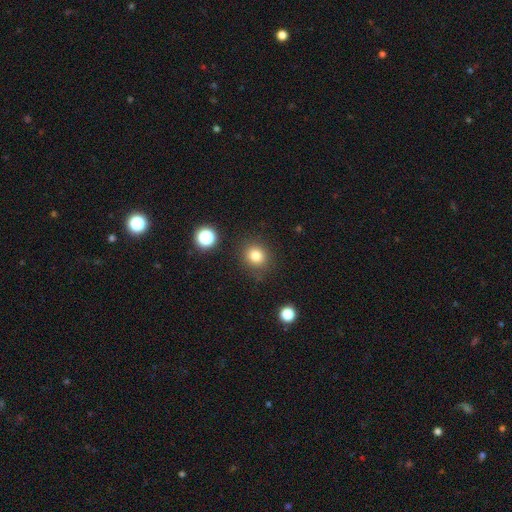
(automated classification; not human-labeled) Smooth or featured? smooth (81%)
How rounded? round (80%)
Merging? none (84%)